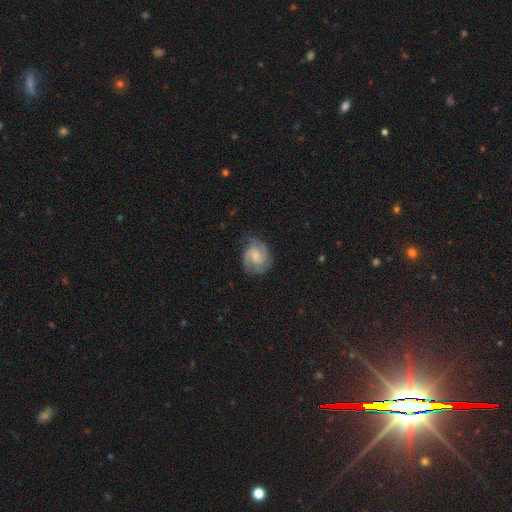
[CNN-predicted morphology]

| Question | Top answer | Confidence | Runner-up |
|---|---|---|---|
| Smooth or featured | featured or disk | 78% | smooth (16%) |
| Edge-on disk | no | 98% | yes (2%) |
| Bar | no | 53% | weak (40%) |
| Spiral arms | yes | 96% | no (4%) |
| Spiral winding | medium | 46% | tight (43%) |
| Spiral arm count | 2 | 66% | 3 (17%) |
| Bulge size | small | 47% | moderate (33%) |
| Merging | none | 75% | minor disturbance (17%) |